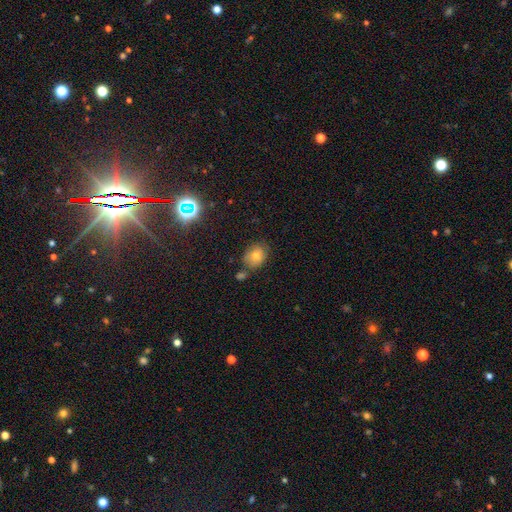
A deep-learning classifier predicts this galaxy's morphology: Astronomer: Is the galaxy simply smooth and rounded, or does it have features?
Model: smooth — 66%.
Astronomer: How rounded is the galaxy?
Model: in between — 50% (runner-up: round, 49%).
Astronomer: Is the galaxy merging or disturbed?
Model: none — 69%.